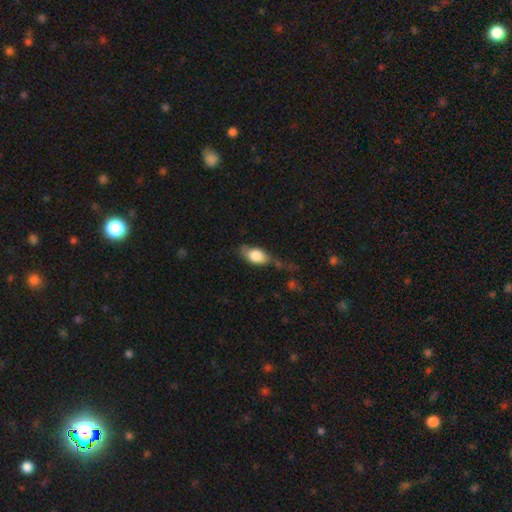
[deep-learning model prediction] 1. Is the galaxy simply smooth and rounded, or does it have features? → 72% smooth, 20% featured or disk, 7% star or artifact.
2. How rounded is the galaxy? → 82% in between, 11% round, 7% cigar-shaped.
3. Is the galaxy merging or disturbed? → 40% none, 33% minor disturbance, 21% major disturbance, 6% merger.